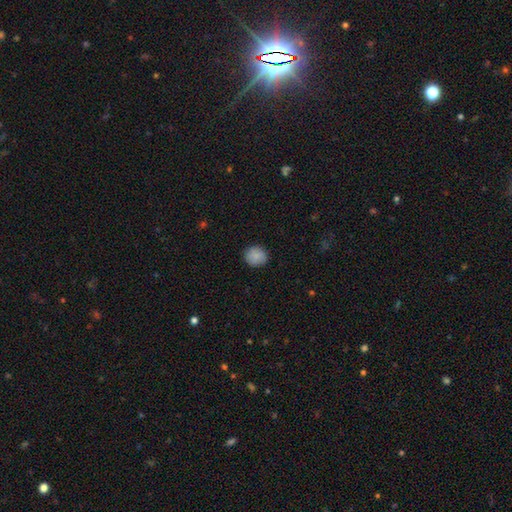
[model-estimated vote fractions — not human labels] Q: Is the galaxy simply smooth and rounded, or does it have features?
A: smooth — 88%.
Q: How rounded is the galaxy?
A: round — 83%.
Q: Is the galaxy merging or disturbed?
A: none — 89%.